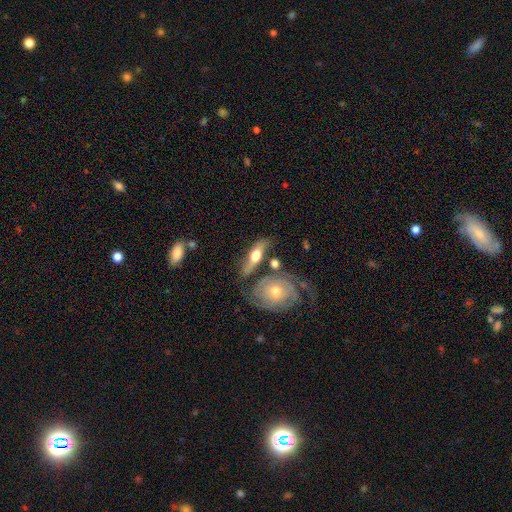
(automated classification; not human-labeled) smooth-or-featured: featured or disk: 58% | smooth: 35% | star or artifact: 7%
  disk-edge-on: yes: 52% | no: 48%
  merging: none: 54% | merger: 19% | minor disturbance: 18% | major disturbance: 9%